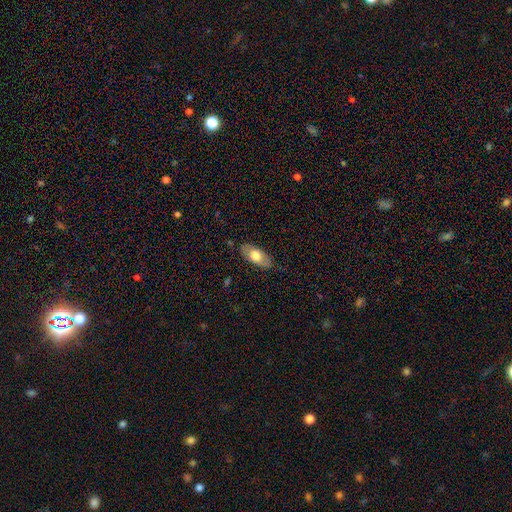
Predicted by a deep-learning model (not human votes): Q: Smooth or featured?
A: smooth (68%); runner-up: featured or disk (26%)
Q: How rounded?
A: in between (90%); runner-up: cigar-shaped (7%)
Q: Merging?
A: none (80%); runner-up: minor disturbance (16%)